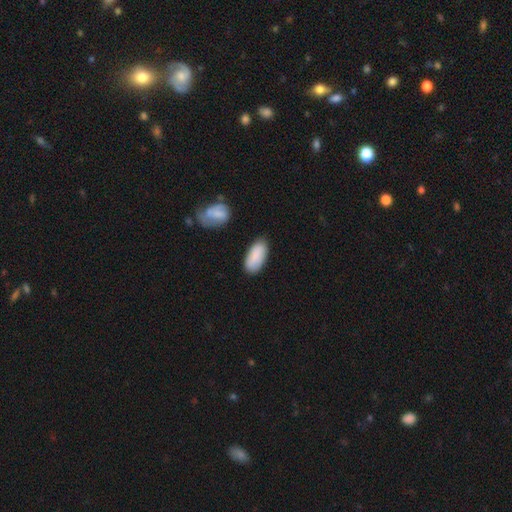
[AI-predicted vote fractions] Smooth or featured: smooth — 87% (featured or disk — 7%)
How rounded: in between — 91% (cigar-shaped — 7%)
Merging: none — 78% (minor disturbance — 15%)